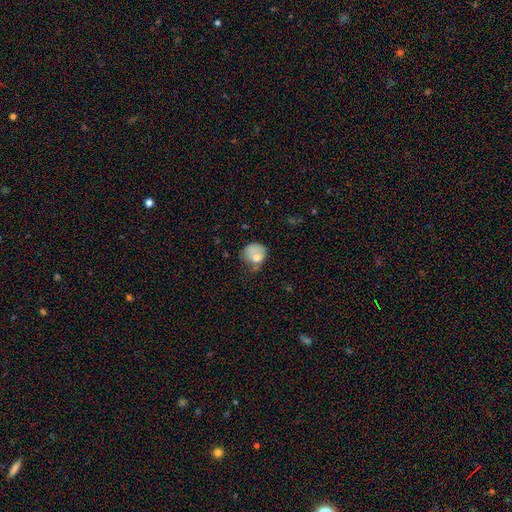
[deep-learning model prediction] Smooth or featured? Predicted: smooth (p=0.69). How rounded? Predicted: round (p=0.66). Merging? Predicted: none (p=0.34).